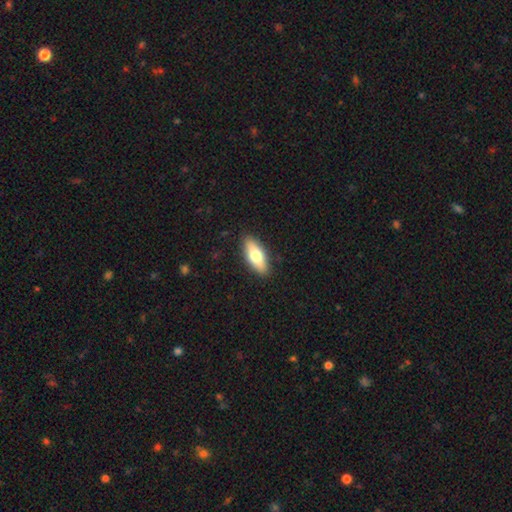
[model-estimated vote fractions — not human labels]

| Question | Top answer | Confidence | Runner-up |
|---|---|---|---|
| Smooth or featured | smooth | 70% | featured or disk (25%) |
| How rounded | in between | 75% | cigar-shaped (23%) |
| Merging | none | 89% | minor disturbance (8%) |